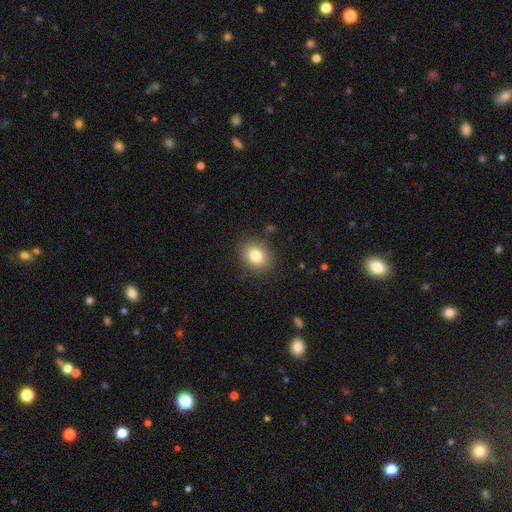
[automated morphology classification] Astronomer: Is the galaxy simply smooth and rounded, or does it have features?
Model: smooth — 80%.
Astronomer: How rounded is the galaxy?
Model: round — 54% (runner-up: in between, 45%).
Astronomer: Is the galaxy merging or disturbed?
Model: none — 86%.